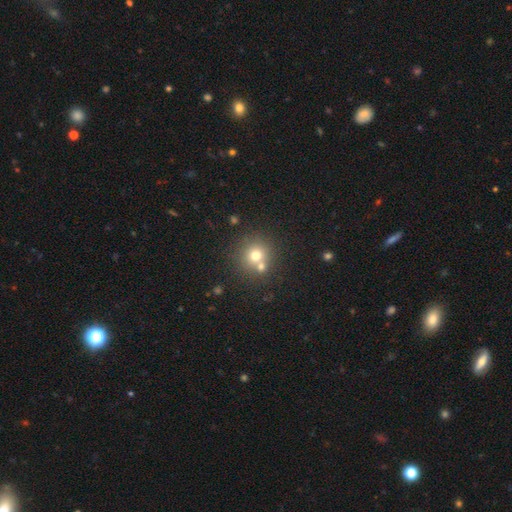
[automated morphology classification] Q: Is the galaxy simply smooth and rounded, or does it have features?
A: smooth — 70%.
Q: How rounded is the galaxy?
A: round — 90%.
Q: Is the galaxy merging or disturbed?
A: none — 59%.